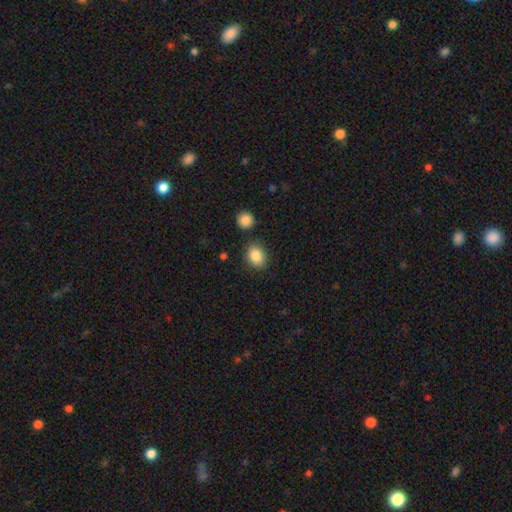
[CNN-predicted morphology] Smooth or featured? Predicted: smooth (p=0.87). How rounded? Predicted: in between (p=0.54). Merging? Predicted: none (p=0.82).